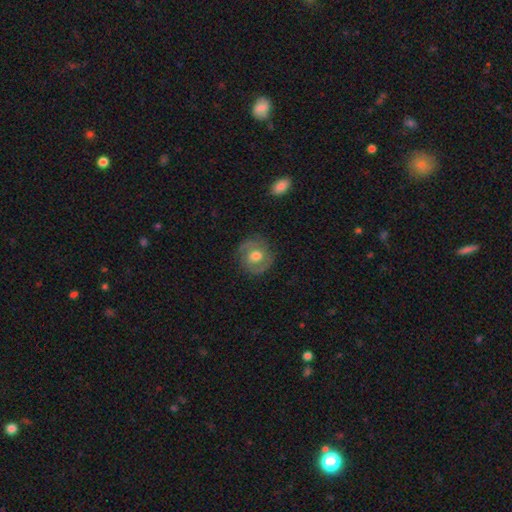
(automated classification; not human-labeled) Smooth or featured? featured or disk (57%)
Edge-on disk? no (97%)
Bar? no (58%)
Spiral arms? yes (79%)
Bulge size? moderate (72%)
Merging? none (81%)